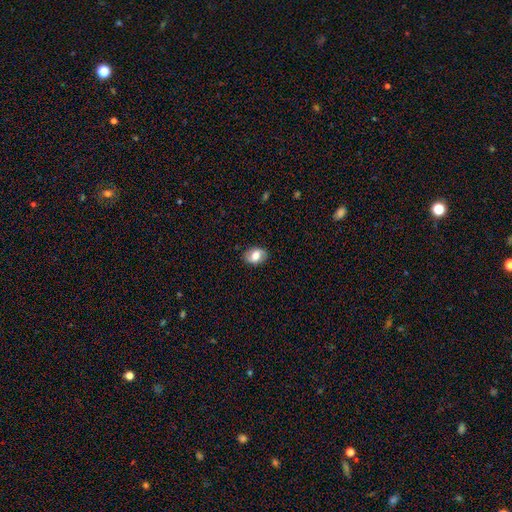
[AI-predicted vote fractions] smooth 66%, featured or disk 26%, star or artifact 8%. Down the decision tree: how rounded — in between (72%); merging — none (86%).